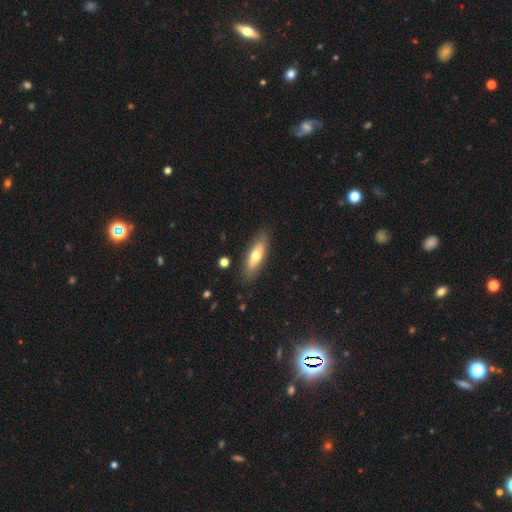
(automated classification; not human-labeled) Morphology: type=smooth (61%); roundness=in between (57%); merging=none (84%).